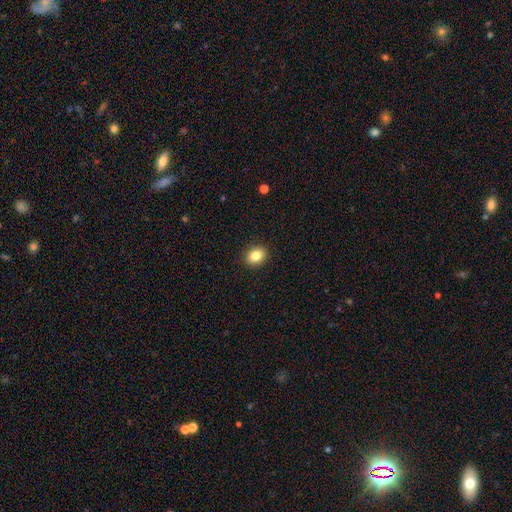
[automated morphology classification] smooth-or-featured: smooth: 83% | star or artifact: 10% | featured or disk: 7%
  how-rounded: in between: 52% | round: 47% | cigar-shaped: 1%
  merging: none: 91% | minor disturbance: 6% | major disturbance: 2% | merger: 1%